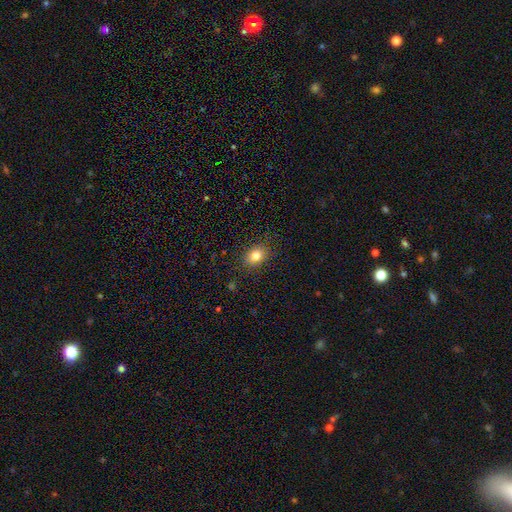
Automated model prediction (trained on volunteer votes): A smooth galaxy with no disk features (81%) that is in between round and cigar-shaped (57%).

Vote fractions:
- Smooth or featured? smooth: 81% / star or artifact: 11% / featured or disk: 8%
- How rounded? in between: 57% / round: 42% / cigar-shaped: 1%
- Merging? none: 87% / minor disturbance: 9% / major disturbance: 3% / merger: 1%